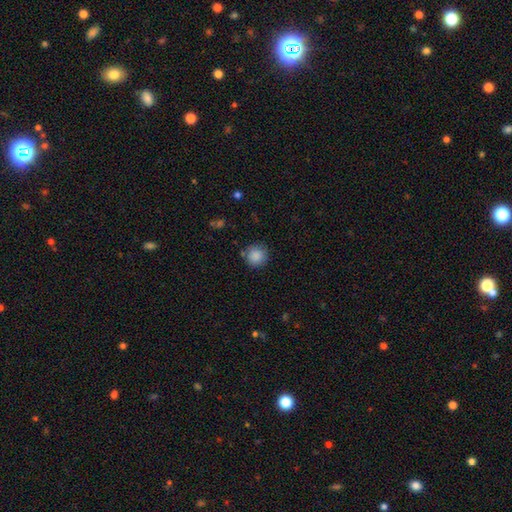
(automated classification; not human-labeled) Smooth or featured? Predicted: smooth (p=0.87). How rounded? Predicted: round (p=0.94). Merging? Predicted: none (p=0.84).